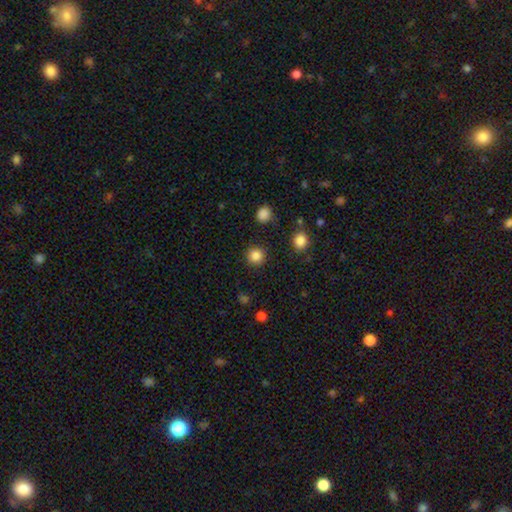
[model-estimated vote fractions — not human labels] Overall: smooth (85%). How rounded: round (94%). Merging: none (91%).